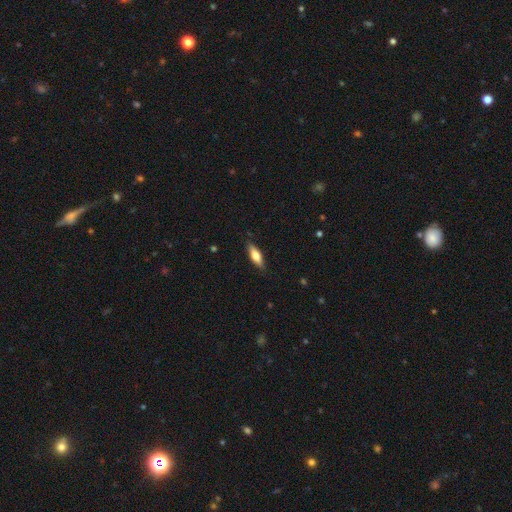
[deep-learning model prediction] Q: Smooth or featured?
A: smooth (65%); runner-up: featured or disk (29%)
Q: How rounded?
A: in between (51%); runner-up: cigar-shaped (47%)
Q: Merging?
A: none (86%); runner-up: minor disturbance (11%)